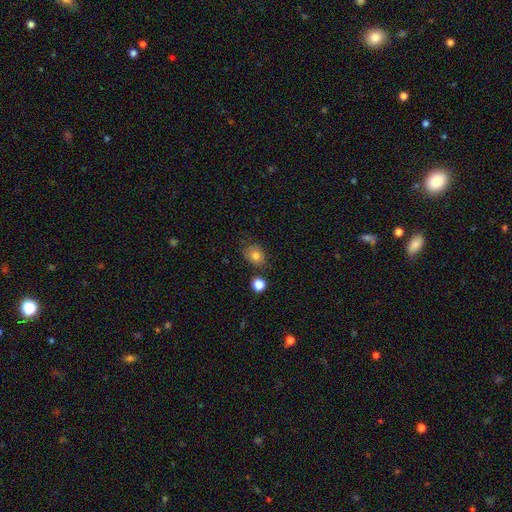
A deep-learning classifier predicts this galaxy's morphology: This is likely a smooth galaxy (79%). How rounded: possibly round (54%). Merging: likely none (69%).